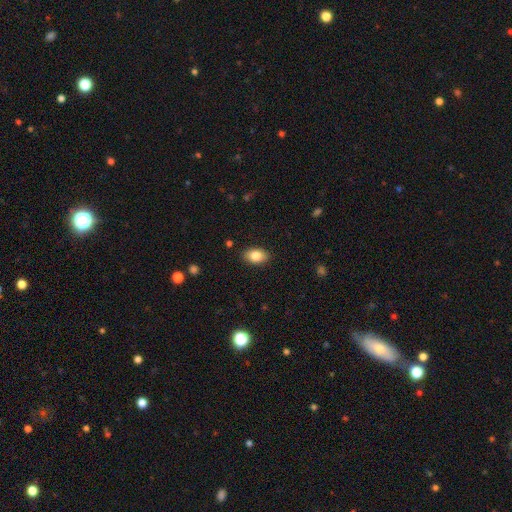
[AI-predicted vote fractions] The model was most divided on "smooth or featured": smooth: 84%, featured or disk: 9%, star or artifact: 8%. More confident: how rounded — in between (89%); merging — none (88%).